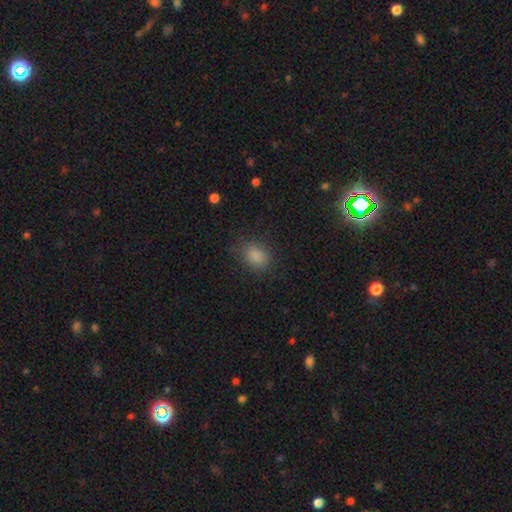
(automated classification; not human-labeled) A smooth galaxy with no disk features (85%) that is in between round and cigar-shaped (70%). Merging: none (79%).